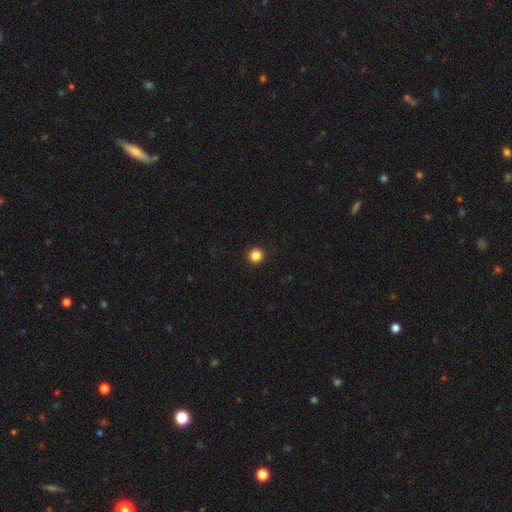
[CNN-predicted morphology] Smooth or featured: smooth — 85% (star or artifact — 11%)
How rounded: round — 96% (in between — 3%)
Merging: none — 94% (minor disturbance — 4%)